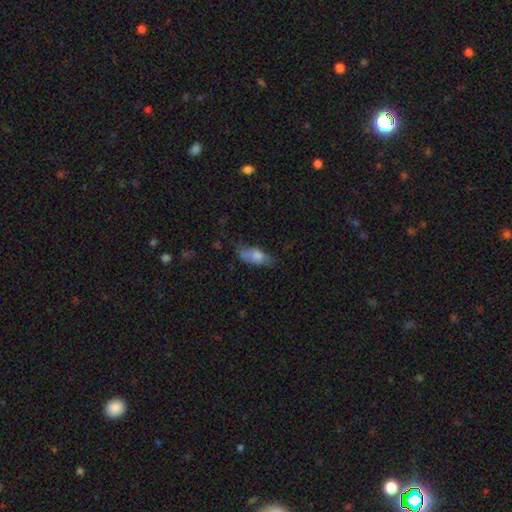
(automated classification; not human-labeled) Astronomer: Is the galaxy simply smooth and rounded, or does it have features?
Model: smooth — 73%.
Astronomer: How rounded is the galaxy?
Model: in between — 76%.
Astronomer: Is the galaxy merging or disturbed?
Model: none — 52% (runner-up: minor disturbance, 31%).